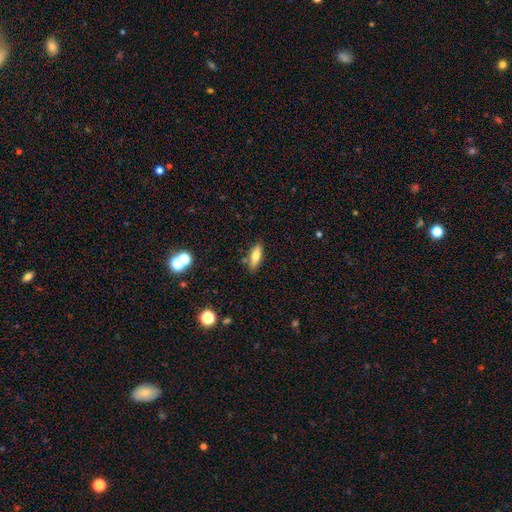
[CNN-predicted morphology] smooth-or-featured: smooth: 68% | featured or disk: 24% | star or artifact: 8%
  how-rounded: in between: 51% | cigar-shaped: 47% | round: 2%
  merging: none: 80% | minor disturbance: 13% | merger: 4% | major disturbance: 3%